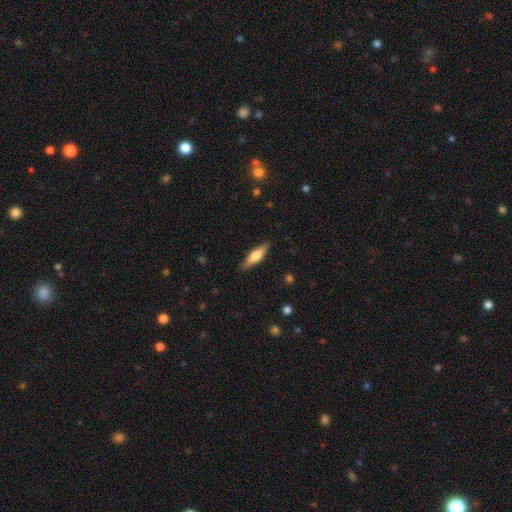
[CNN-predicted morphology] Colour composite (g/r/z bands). It shows a smooth galaxy with no disk features (56%) that is cigar-shaped (66%). Merging: none (87%).